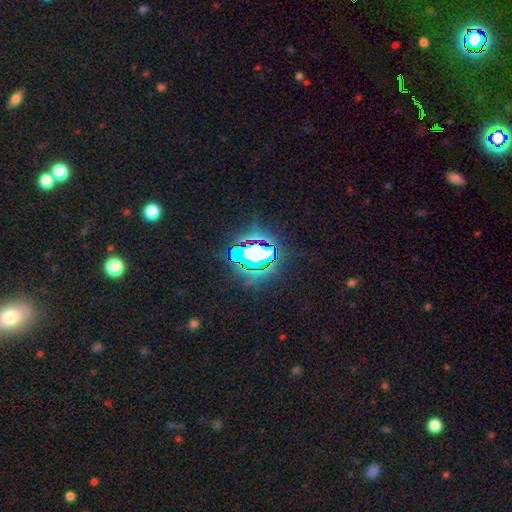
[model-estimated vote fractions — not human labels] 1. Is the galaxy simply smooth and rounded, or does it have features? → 66% star or artifact, 19% smooth, 15% featured or disk.